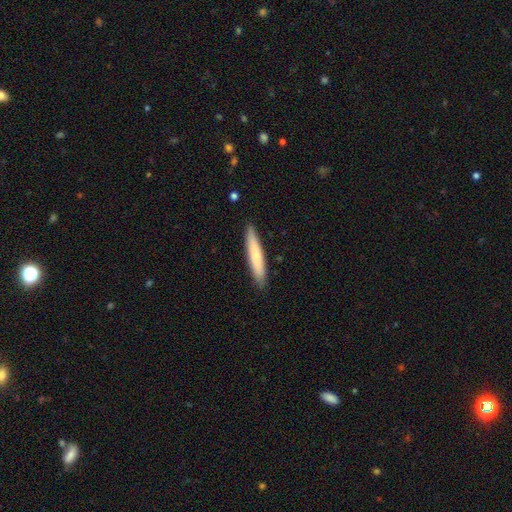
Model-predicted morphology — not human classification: A smooth galaxy with no disk features (73%) that is cigar-shaped (91%).

Vote fractions:
- Smooth or featured? smooth: 73% / featured or disk: 22% / star or artifact: 5%
- How rounded? cigar-shaped: 91% / in between: 7% / round: 1%
- Merging? none: 89% / minor disturbance: 8% / major disturbance: 1% / merger: 1%